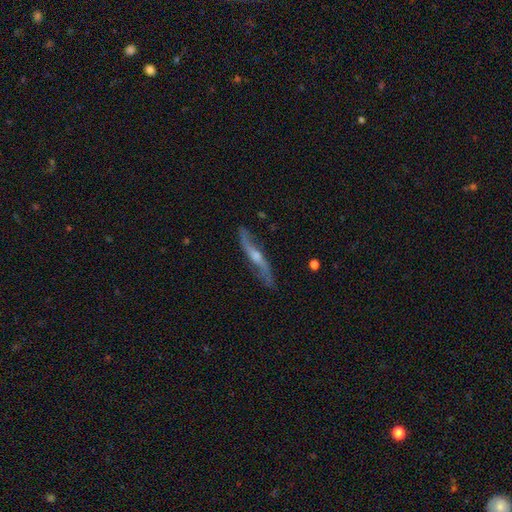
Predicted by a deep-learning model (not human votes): smooth_or_featured: featured or disk (p=0.84) [alt: smooth p=0.10]
disk_edge_on: no (p=0.59) [alt: yes p=0.41]
merging: none (p=0.81) [alt: minor disturbance p=0.14]